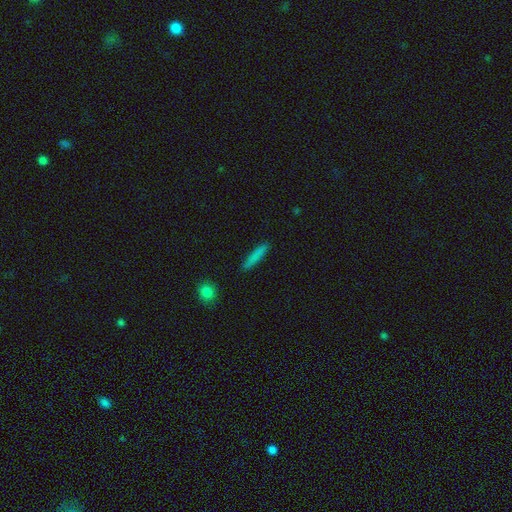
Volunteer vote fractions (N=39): Smooth or featured: smooth — 82% (featured or disk — 10%)
How rounded: cigar-shaped — 91% (in between — 6%)
Merging: none — 83% (minor disturbance — 11%)